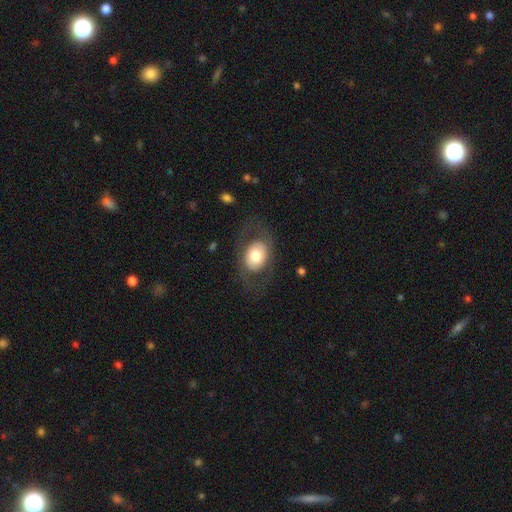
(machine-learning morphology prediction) Q: Smooth or featured?
A: smooth (59%); runner-up: featured or disk (34%)
Q: How rounded?
A: in between (73%); runner-up: round (26%)
Q: Merging?
A: none (71%); runner-up: minor disturbance (14%)